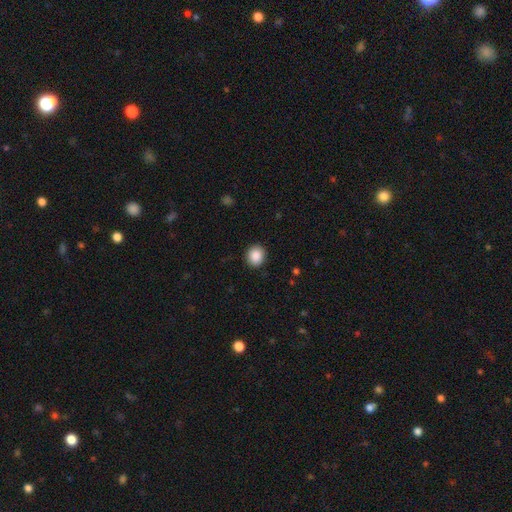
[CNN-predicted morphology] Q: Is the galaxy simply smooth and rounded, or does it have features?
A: smooth — 89%.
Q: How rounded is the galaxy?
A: round — 80%.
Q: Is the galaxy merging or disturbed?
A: none — 90%.